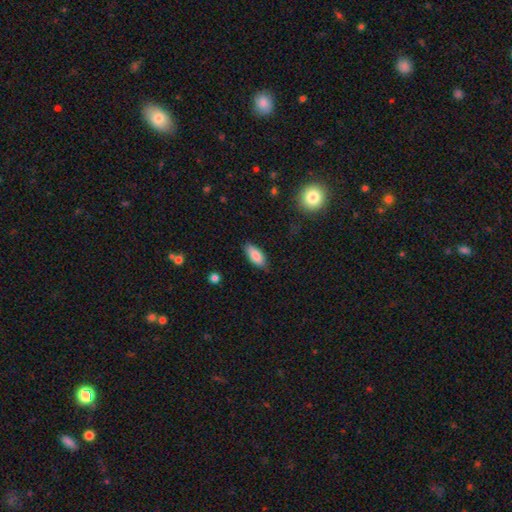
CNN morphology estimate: smooth 84%, featured or disk 9%, star or artifact 7%. Down the decision tree: how rounded — in between (84%); merging — none (82%).